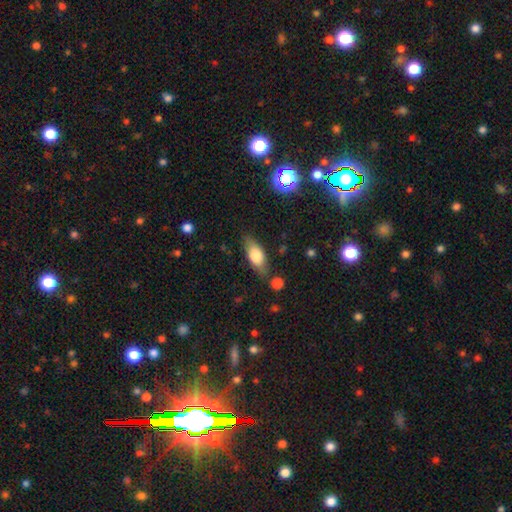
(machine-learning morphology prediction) The model was most divided on "smooth or featured": smooth: 71%, featured or disk: 22%, star or artifact: 7%. More confident: how rounded — in between (79%); merging — none (76%).